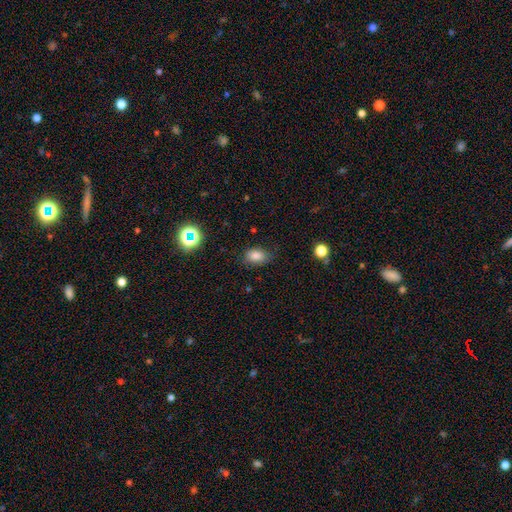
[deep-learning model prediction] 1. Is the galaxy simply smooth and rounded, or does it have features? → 81% smooth, 12% star or artifact, 7% featured or disk.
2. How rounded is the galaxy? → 83% in between, 16% round, 1% cigar-shaped.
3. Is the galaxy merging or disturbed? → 76% none, 18% minor disturbance, 5% major disturbance, 2% merger.